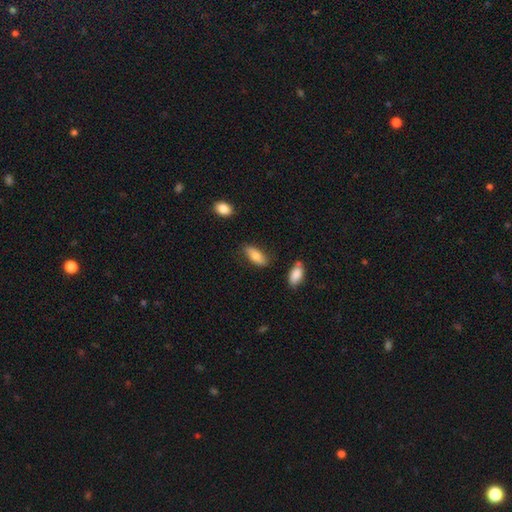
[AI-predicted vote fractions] smooth_or_featured: smooth (p=0.78) [alt: featured or disk p=0.16]
how_rounded: in between (p=0.81) [alt: cigar-shaped p=0.17]
merging: none (p=0.74) [alt: minor disturbance p=0.19]